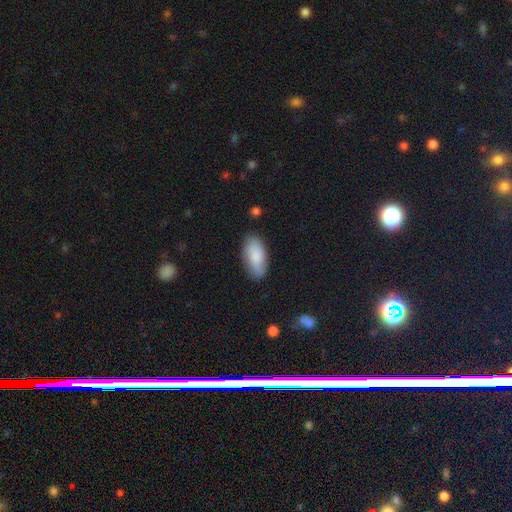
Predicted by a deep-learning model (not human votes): Smooth or featured: smooth — 79% (featured or disk — 15%)
How rounded: in between — 91% (cigar-shaped — 6%)
Merging: none — 81% (minor disturbance — 14%)